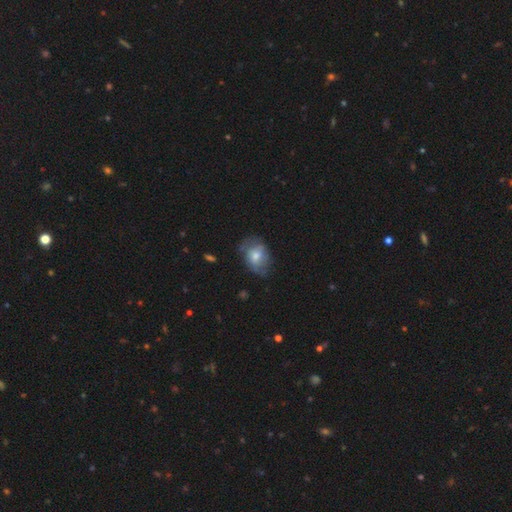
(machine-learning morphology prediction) Overall: smooth (60%; featured or disk 33%). How rounded: in between (69%; round 30%). Merging: none (51%; minor disturbance 33%).